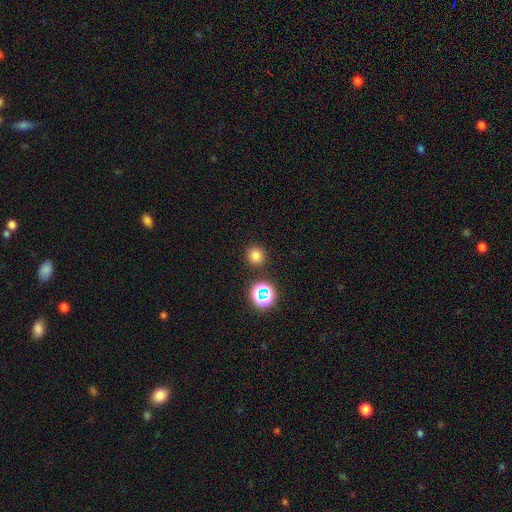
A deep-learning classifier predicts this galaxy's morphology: Smooth or featured: smooth — 76% (star or artifact — 19%)
How rounded: round — 92% (in between — 7%)
Merging: none — 89% (minor disturbance — 6%)